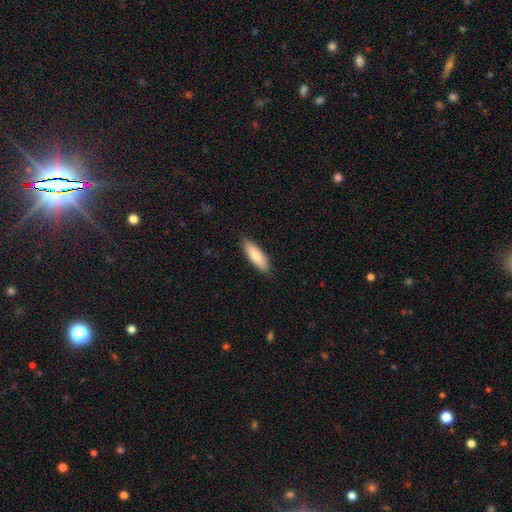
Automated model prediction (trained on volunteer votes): The model was most divided on "how rounded": in between: 50%, cigar-shaped: 49%, round: 2%. More confident: merging — none (87%); smooth or featured — smooth (81%).